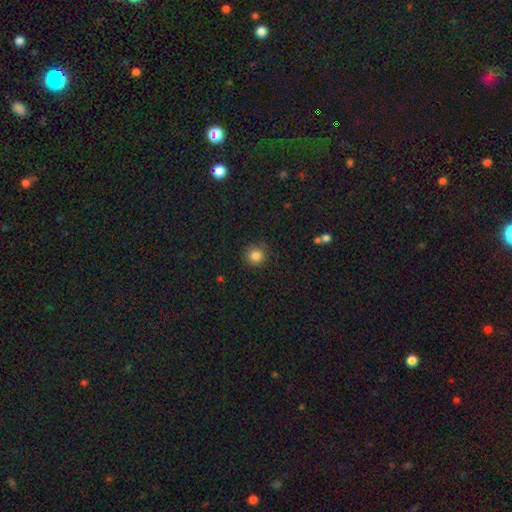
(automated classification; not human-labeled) The model was most divided on "smooth or featured": smooth: 84%, star or artifact: 11%, featured or disk: 5%. More confident: how rounded — round (93%); merging — none (89%).